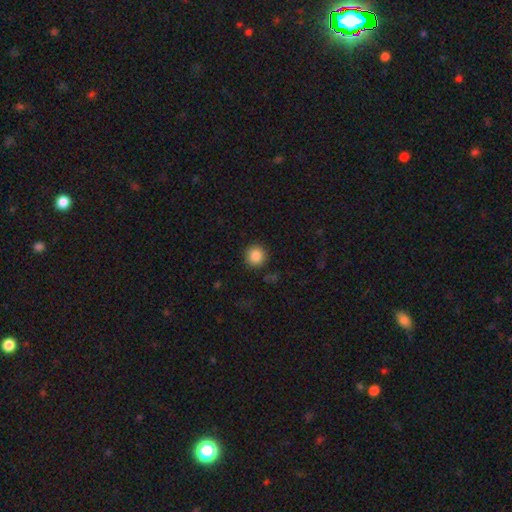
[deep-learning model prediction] This is clearly a smooth galaxy (86%). How rounded: clearly round (94%). Merging: clearly none (90%).